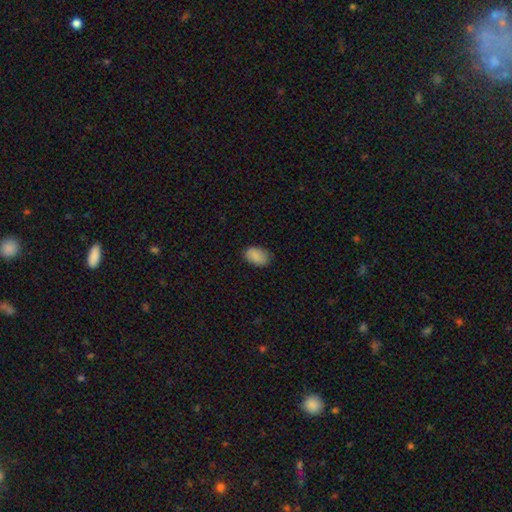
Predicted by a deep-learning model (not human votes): Morphology: type=smooth (88%); roundness=in between (86%); merging=none (81%).